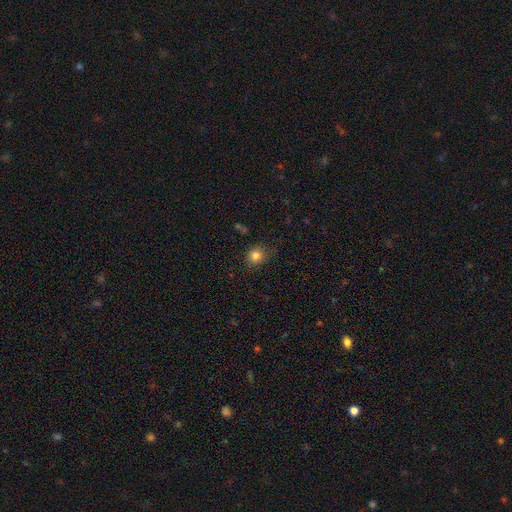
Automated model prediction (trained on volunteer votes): smooth_or_featured: smooth (p=0.81) [alt: star or artifact p=0.12]
how_rounded: round (p=0.79) [alt: in between p=0.20]
merging: none (p=0.77) [alt: minor disturbance p=0.17]